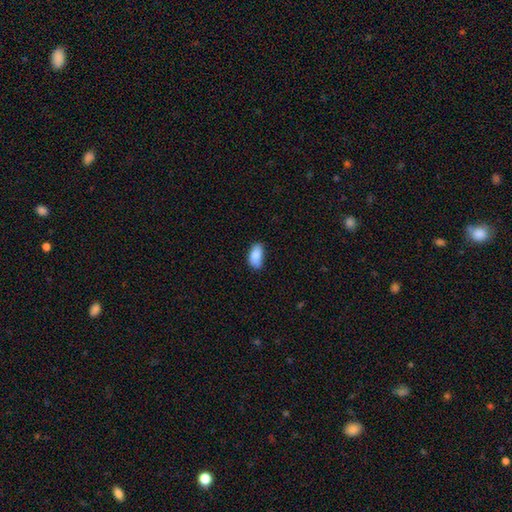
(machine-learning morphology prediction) A smooth galaxy with no disk features (86%) that is in between round and cigar-shaped (92%).

Vote fractions:
- Smooth or featured? smooth: 86% / star or artifact: 7% / featured or disk: 7%
- How rounded? in between: 92% / cigar-shaped: 4% / round: 4%
- Merging? none: 70% / minor disturbance: 25% / major disturbance: 4% / merger: 2%